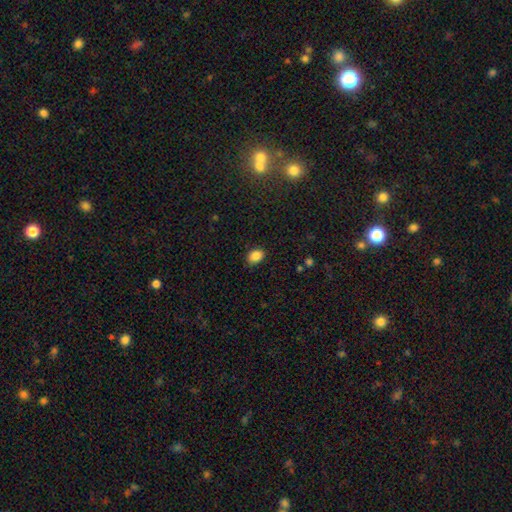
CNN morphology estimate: Smooth or featured? Predicted: smooth (p=0.87). How rounded? Predicted: in between (p=0.72). Merging? Predicted: none (p=0.84).